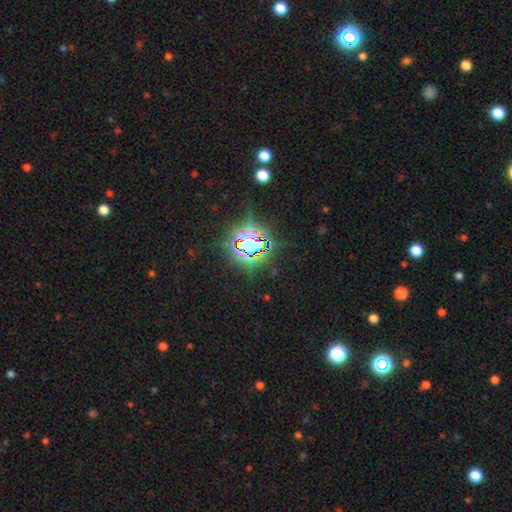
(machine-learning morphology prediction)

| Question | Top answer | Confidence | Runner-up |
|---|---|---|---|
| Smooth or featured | star or artifact | 82% | smooth (11%) |